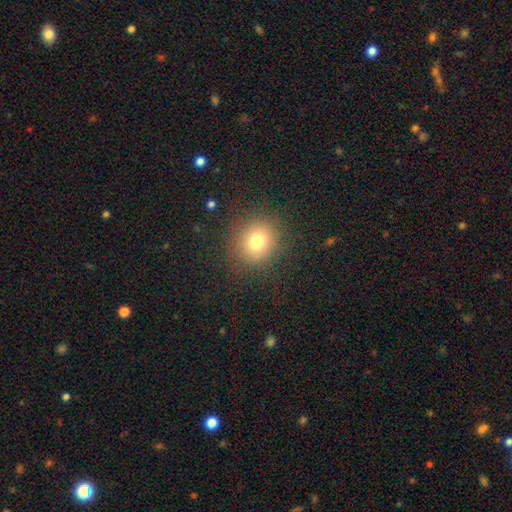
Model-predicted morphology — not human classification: A smooth galaxy with no disk features (76%) that is round (84%).

Vote fractions:
- Smooth or featured? smooth: 76% / star or artifact: 14% / featured or disk: 10%
- How rounded? round: 84% / in between: 15% / cigar-shaped: 1%
- Merging? none: 89% / minor disturbance: 7% / major disturbance: 3% / merger: 1%